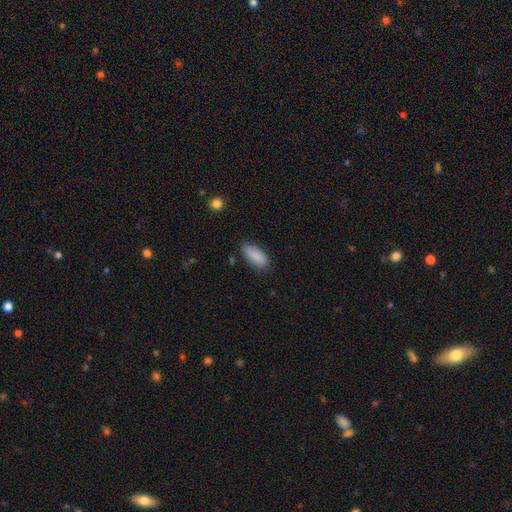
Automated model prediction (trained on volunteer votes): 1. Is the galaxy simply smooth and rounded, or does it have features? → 89% smooth, 6% star or artifact, 5% featured or disk.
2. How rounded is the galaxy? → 82% in between, 16% cigar-shaped, 2% round.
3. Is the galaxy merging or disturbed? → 80% none, 15% minor disturbance, 3% major disturbance, 2% merger.